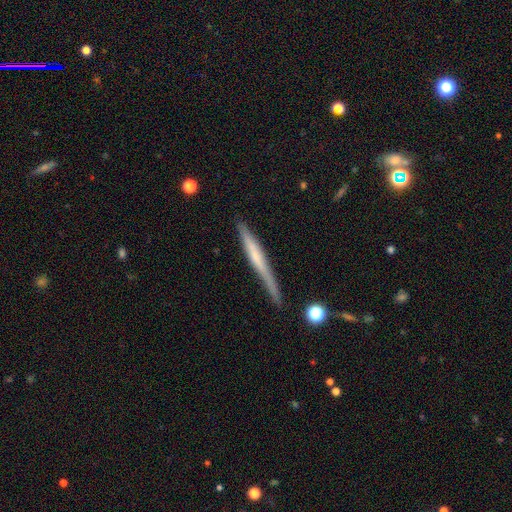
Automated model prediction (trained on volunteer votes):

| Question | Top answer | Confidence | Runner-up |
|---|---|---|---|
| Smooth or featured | featured or disk | 52% | smooth (42%) |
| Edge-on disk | yes | 96% | no (4%) |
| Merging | none | 76% | minor disturbance (18%) |